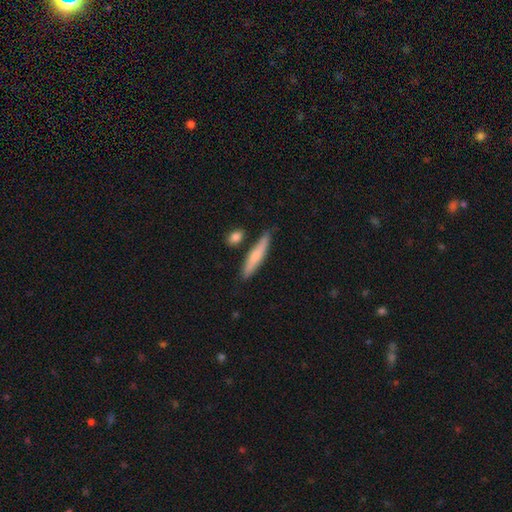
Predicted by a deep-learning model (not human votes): Morphology: type=smooth (66%); roundness=cigar-shaped (86%); merging=none (77%).